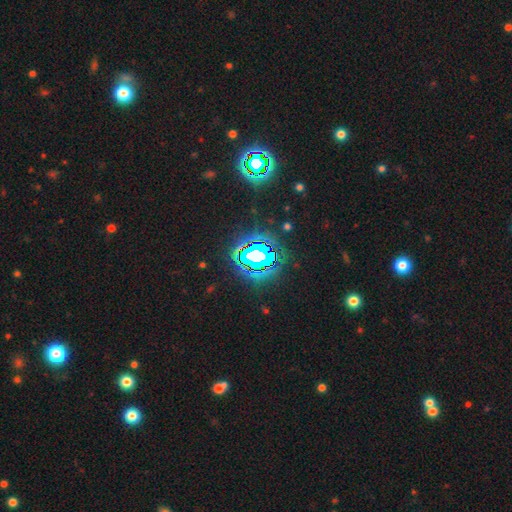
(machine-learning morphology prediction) A star or artifact, not a galaxy (72%).

Vote fractions:
- Smooth or featured? star or artifact: 72% / smooth: 15% / featured or disk: 13%